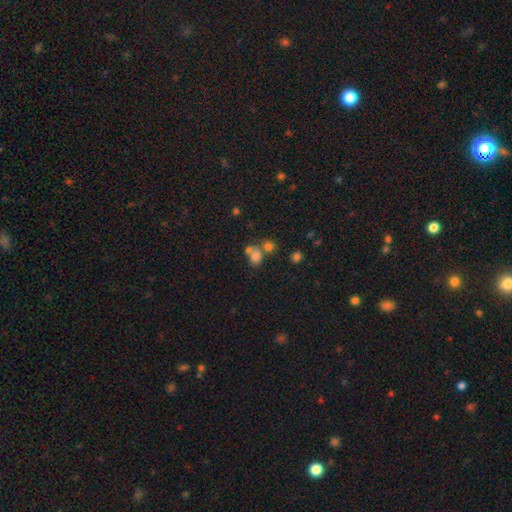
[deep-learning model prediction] Overall: smooth (73%). How rounded: round (61%; in between 38%). Merging: merger (44%; none 40%).